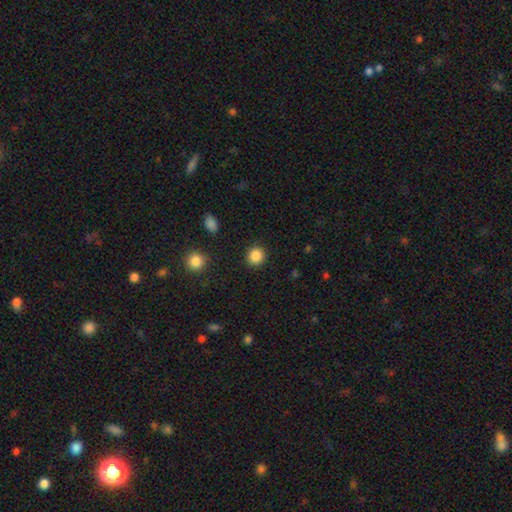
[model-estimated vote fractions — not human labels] This is clearly a smooth galaxy (87%). How rounded: clearly round (90%). Merging: clearly none (90%).